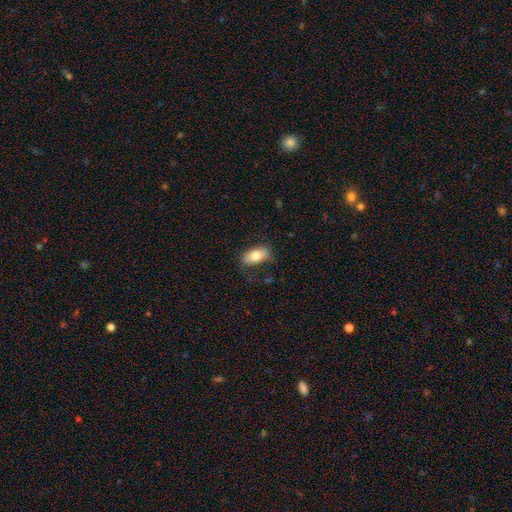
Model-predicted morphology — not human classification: smooth 74%, featured or disk 19%, star or artifact 7%. Down the decision tree: how rounded — in between (91%); merging — none (67%).